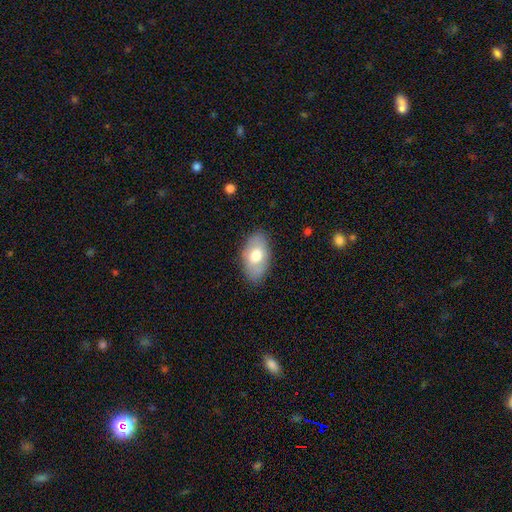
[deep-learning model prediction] This is likely a smooth galaxy (67%). How rounded: clearly in between (93%). Merging: clearly none (82%).